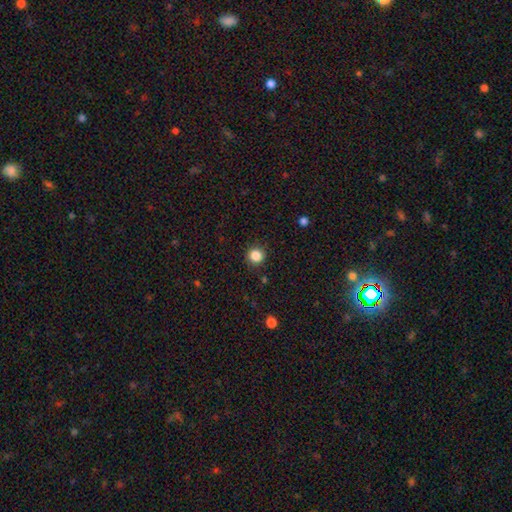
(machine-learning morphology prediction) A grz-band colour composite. It shows a smooth galaxy with no disk features (85%) that is round (93%). Merging: none (90%).